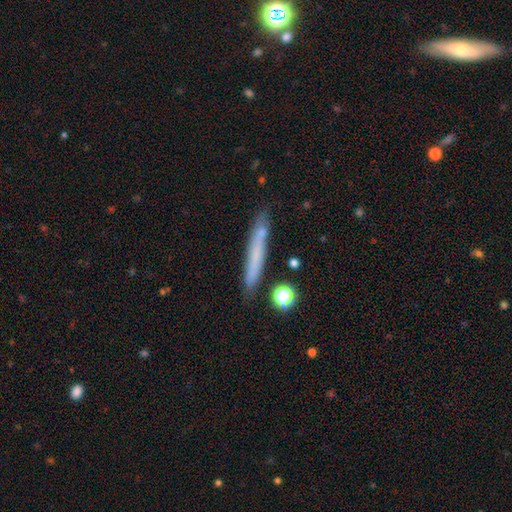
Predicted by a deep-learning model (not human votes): smooth 61%, featured or disk 30%, star or artifact 9%. Down the decision tree: how rounded — cigar-shaped (94%); merging — none (80%).